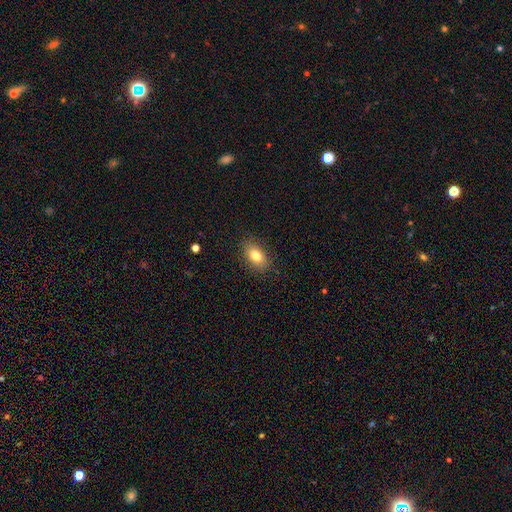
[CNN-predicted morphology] A smooth galaxy with no disk features (80%) that is in between round and cigar-shaped (88%). Merging: none (86%).